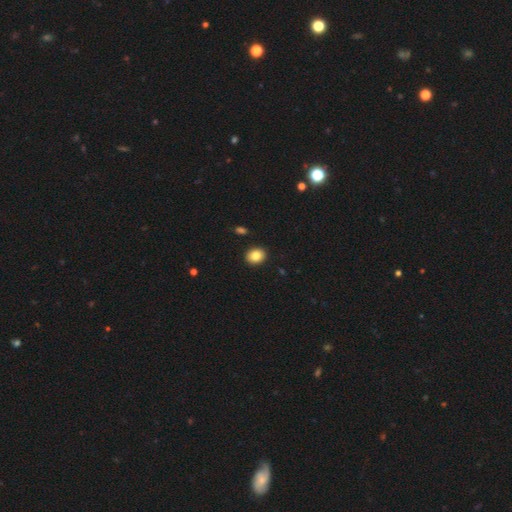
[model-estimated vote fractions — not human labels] Smooth or featured? Predicted: smooth (p=0.86). How rounded? Predicted: in between (p=0.50). Merging? Predicted: none (p=0.91).